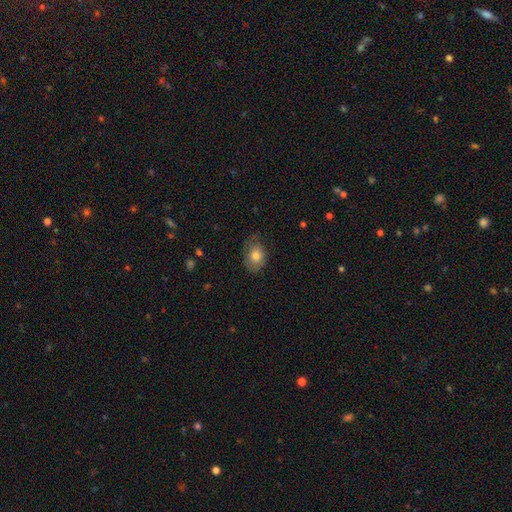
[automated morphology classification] A smooth galaxy with no disk features (77%) that is in between round and cigar-shaped (66%).

Vote fractions:
- Smooth or featured? smooth: 77% / featured or disk: 15% / star or artifact: 8%
- How rounded? in between: 66% / round: 33% / cigar-shaped: 1%
- Merging? none: 61% / minor disturbance: 29% / major disturbance: 8% / merger: 1%